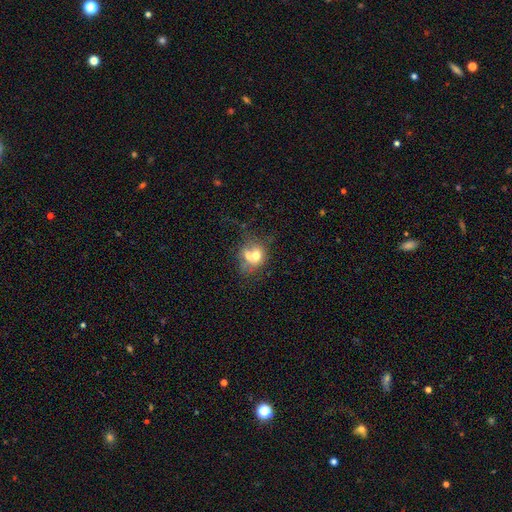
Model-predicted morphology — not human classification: Smooth or featured?
  - smooth: 60% *
  - featured or disk: 29%
  - star or artifact: 11%
How rounded?
  - round: 59% *
  - in between: 40%
  - cigar-shaped: 1%
Merging?
  - merger: 57% *
  - none: 26%
  - minor disturbance: 10%
  - major disturbance: 7%